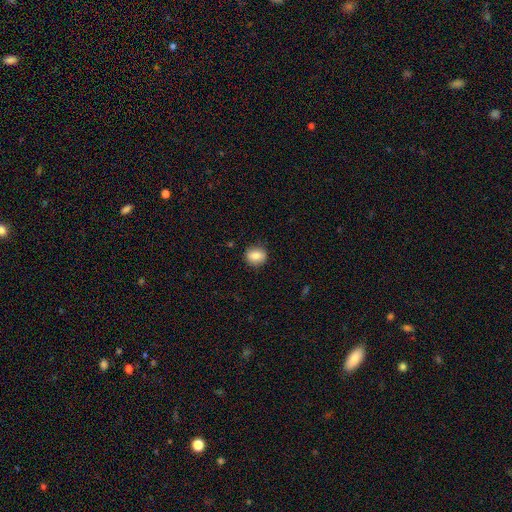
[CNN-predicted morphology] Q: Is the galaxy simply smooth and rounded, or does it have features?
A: smooth — 83%.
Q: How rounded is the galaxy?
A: round — 63%.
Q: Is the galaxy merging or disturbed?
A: none — 84%.